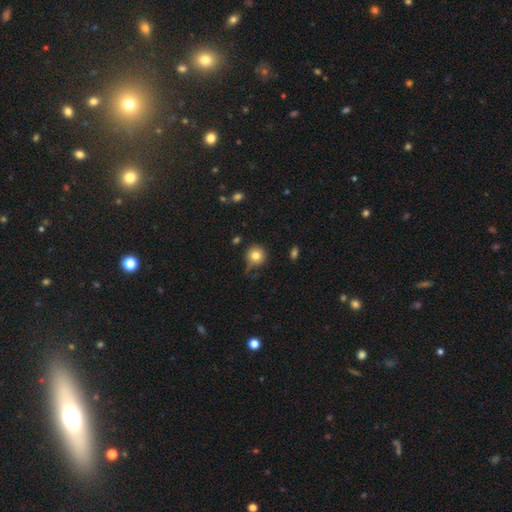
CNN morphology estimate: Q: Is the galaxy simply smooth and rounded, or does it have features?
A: smooth — 80%.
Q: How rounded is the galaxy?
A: round — 93%.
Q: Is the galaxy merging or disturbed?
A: none — 67%.